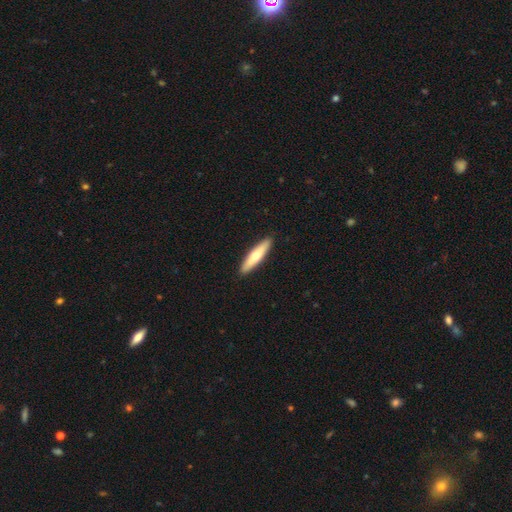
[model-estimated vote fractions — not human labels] Morphology: type=smooth (56%); roundness=cigar-shaped (81%); merging=none (92%).